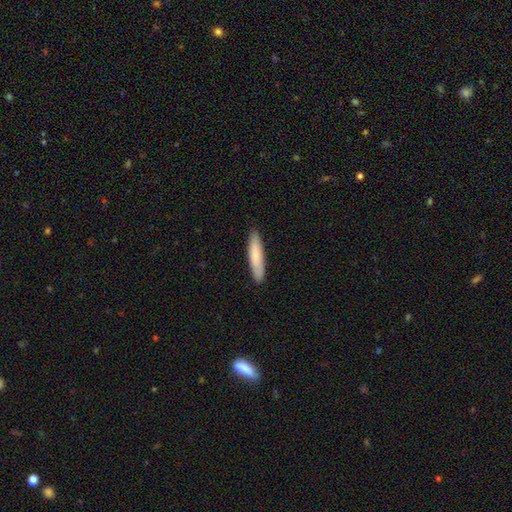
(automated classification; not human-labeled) smooth 80%, featured or disk 14%, star or artifact 5%. Down the decision tree: how rounded — cigar-shaped (85%); merging — none (89%).